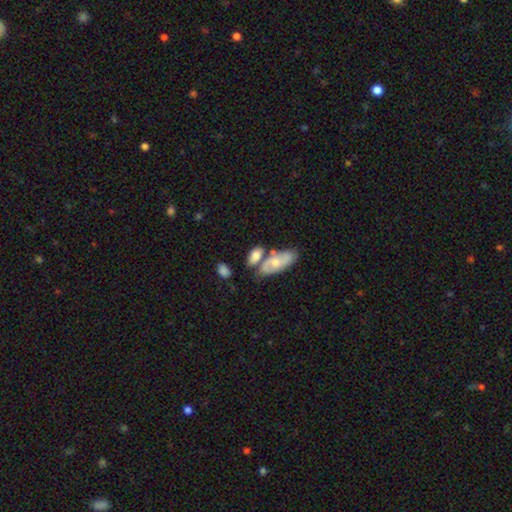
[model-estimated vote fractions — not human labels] smooth_or_featured: smooth (p=0.68) [alt: featured or disk p=0.25]
how_rounded: in between (p=0.84) [alt: round p=0.08]
merging: none (p=0.45) [alt: merger p=0.32]